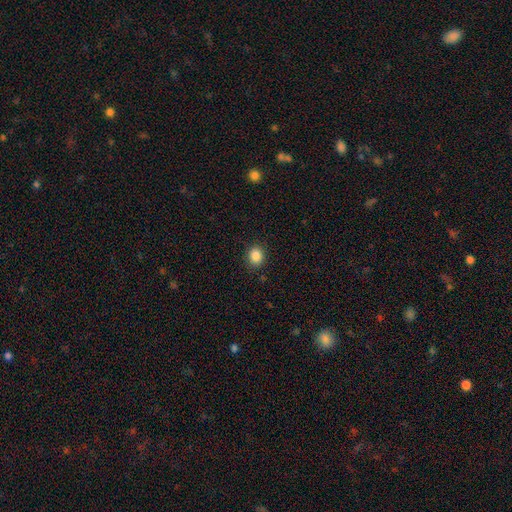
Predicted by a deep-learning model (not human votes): A smooth galaxy with no disk features (86%) that is round (53%).

Vote fractions:
- Smooth or featured? smooth: 86% / star or artifact: 9% / featured or disk: 4%
- How rounded? round: 53% / in between: 46% / cigar-shaped: 1%
- Merging? none: 88% / minor disturbance: 8% / major disturbance: 2% / merger: 1%